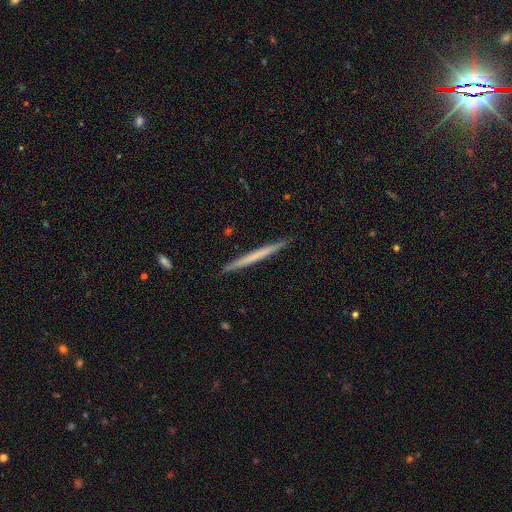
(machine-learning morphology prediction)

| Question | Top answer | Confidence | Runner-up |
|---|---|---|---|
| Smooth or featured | smooth | 53% | featured or disk (42%) |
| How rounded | cigar-shaped | 97% | in between (1%) |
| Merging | none | 92% | minor disturbance (5%) |